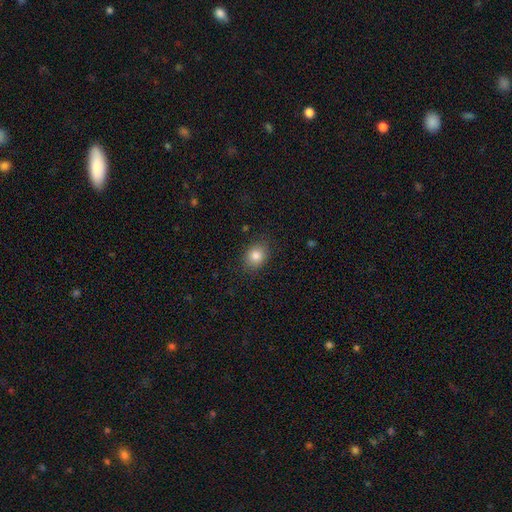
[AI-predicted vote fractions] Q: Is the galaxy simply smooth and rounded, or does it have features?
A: smooth — 83%.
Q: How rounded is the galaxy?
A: in between — 51%.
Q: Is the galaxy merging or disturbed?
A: none — 85%.